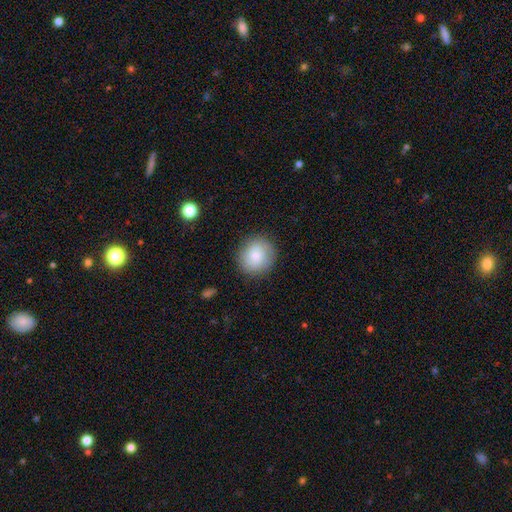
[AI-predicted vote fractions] Smooth or featured?
  - smooth: 71% *
  - featured or disk: 21%
  - star or artifact: 8%
How rounded?
  - round: 88% *
  - in between: 11%
  - cigar-shaped: 1%
Merging?
  - none: 87% *
  - minor disturbance: 9%
  - major disturbance: 3%
  - merger: 1%